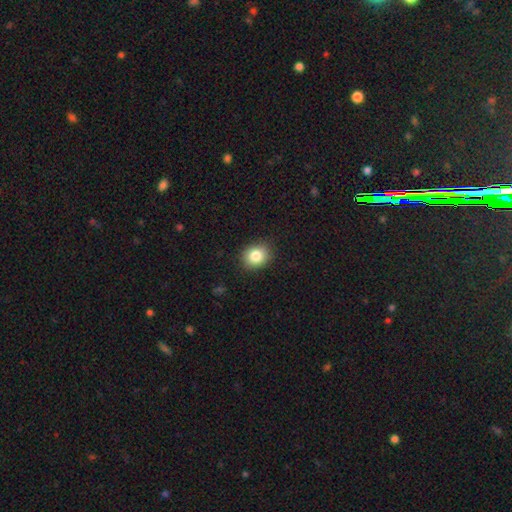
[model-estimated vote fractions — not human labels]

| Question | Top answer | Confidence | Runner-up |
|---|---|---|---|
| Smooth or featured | smooth | 84% | star or artifact (10%) |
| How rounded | round | 63% | in between (36%) |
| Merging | none | 88% | minor disturbance (9%) |